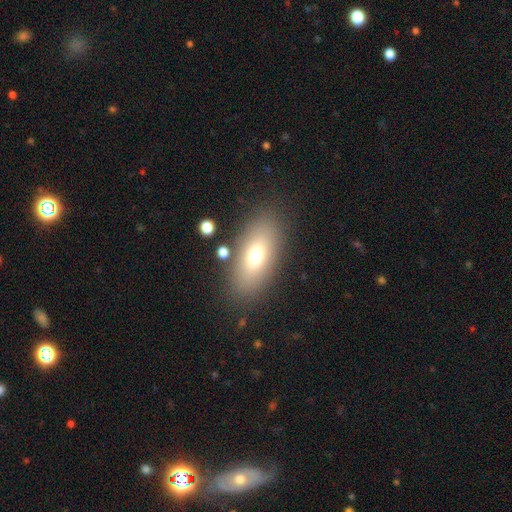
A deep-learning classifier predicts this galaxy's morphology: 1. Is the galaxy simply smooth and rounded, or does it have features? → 71% smooth, 19% featured or disk, 10% star or artifact.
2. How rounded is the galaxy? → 84% in between, 11% cigar-shaped, 5% round.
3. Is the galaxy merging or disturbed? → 82% none, 10% minor disturbance, 4% major disturbance, 3% merger.